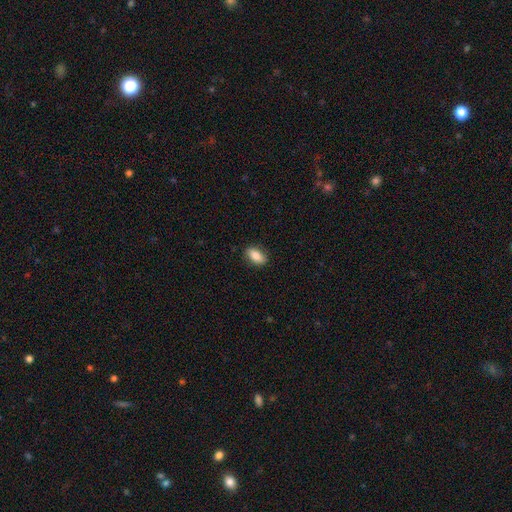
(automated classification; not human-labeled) smooth_or_featured: smooth (p=0.83) [alt: featured or disk p=0.10]
how_rounded: in between (p=0.88) [alt: cigar-shaped p=0.07]
merging: none (p=0.87) [alt: minor disturbance p=0.10]